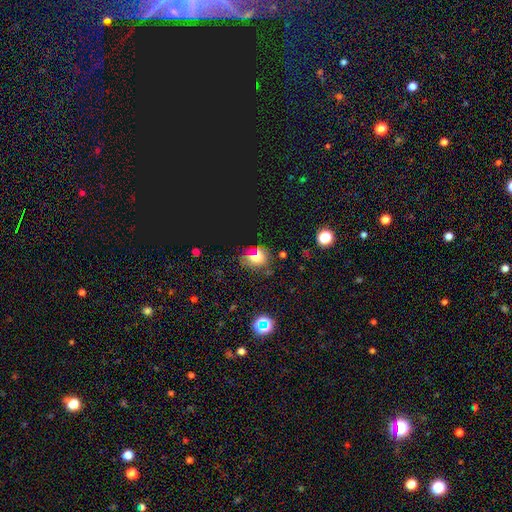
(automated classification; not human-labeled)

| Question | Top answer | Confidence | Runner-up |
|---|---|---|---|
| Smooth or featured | smooth | 55% | star or artifact (34%) |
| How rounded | round | 60% | in between (37%) |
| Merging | none | 76% | minor disturbance (14%) |